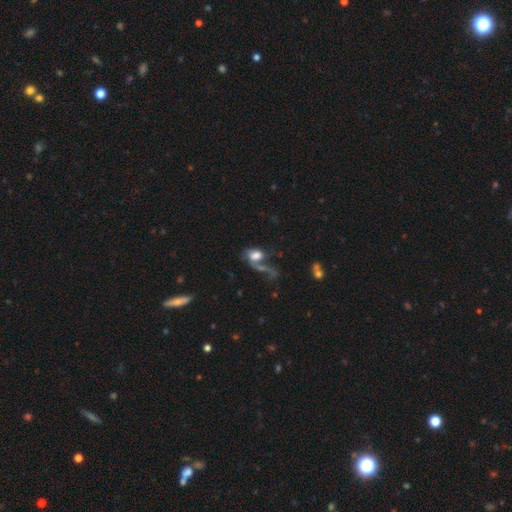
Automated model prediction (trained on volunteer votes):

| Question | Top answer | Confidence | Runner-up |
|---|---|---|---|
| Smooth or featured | smooth | 56% | featured or disk (33%) |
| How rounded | in between | 75% | round (22%) |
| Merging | major disturbance | 38% | merger (27%) |